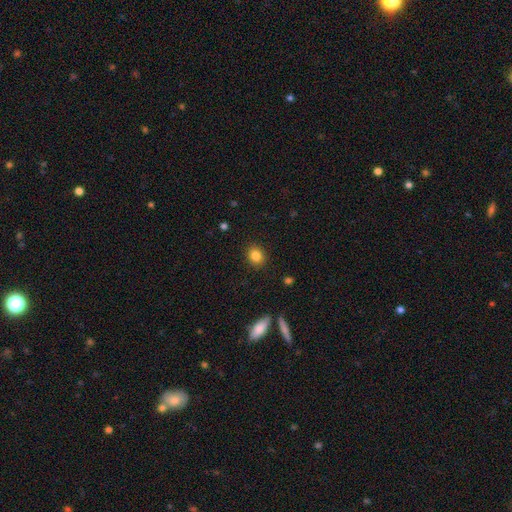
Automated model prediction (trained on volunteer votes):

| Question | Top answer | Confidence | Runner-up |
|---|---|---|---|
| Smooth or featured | smooth | 84% | star or artifact (10%) |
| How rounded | round | 69% | in between (30%) |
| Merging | none | 90% | minor disturbance (7%) |